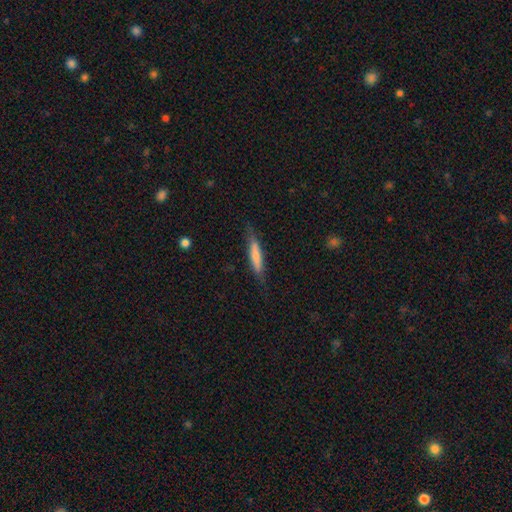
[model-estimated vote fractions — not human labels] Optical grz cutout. It shows a smooth galaxy with no disk features (65%) that is cigar-shaped (89%). Merging: none (78%).